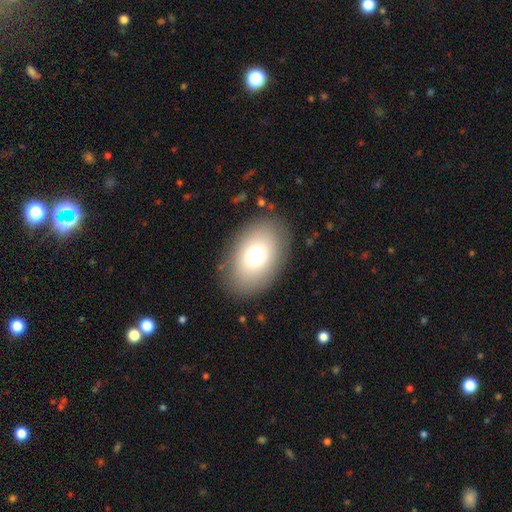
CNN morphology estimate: This appears to be a smooth galaxy with no disk features (75%) that is in between round and cigar-shaped (84%). Merging: none (85%).